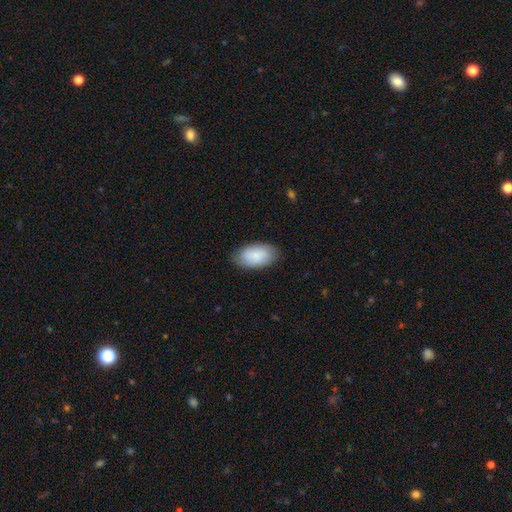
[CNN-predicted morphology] type=smooth (84%); roundness=in between (95%); merging=none (84%).